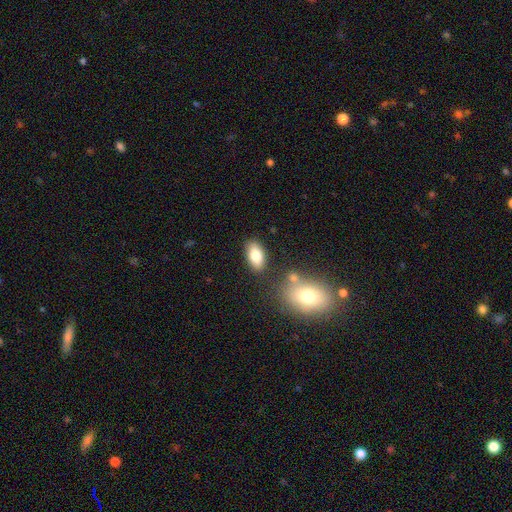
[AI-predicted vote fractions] smooth-or-featured: smooth: 79% | featured or disk: 14% | star or artifact: 8%
  how-rounded: in between: 90% | cigar-shaped: 5% | round: 5%
  merging: none: 80% | minor disturbance: 11% | merger: 5% | major disturbance: 3%